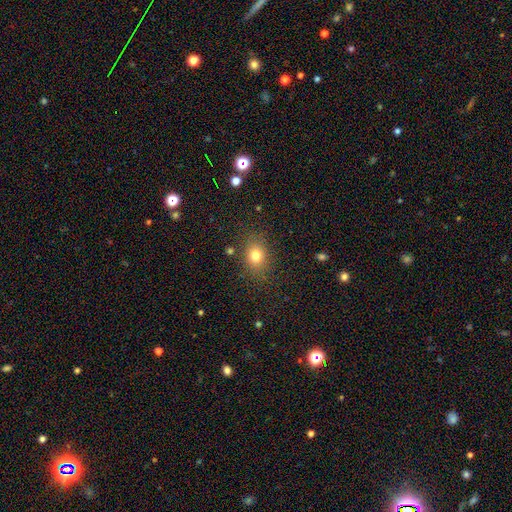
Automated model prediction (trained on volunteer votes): Overall: smooth (77%). How rounded: in between (49%, tied with round). Merging: none (82%).